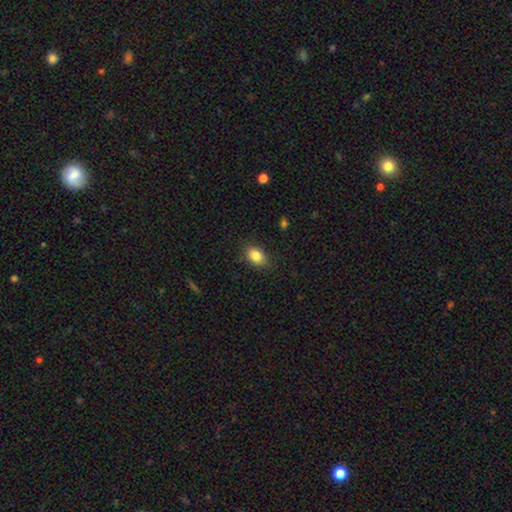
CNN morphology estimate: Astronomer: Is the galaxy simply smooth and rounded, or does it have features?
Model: smooth — 85%.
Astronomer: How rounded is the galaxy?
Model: in between — 80%.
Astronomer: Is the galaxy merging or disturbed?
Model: none — 84%.